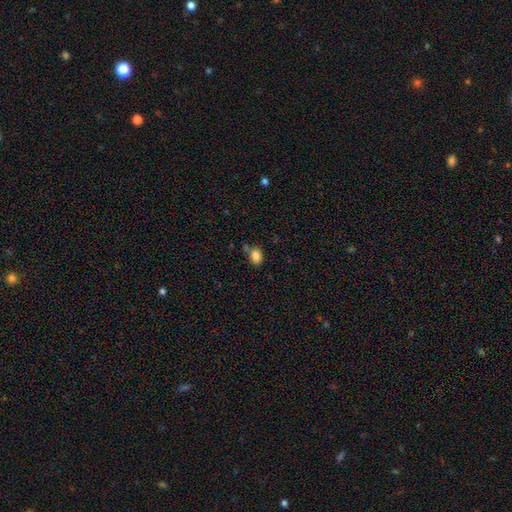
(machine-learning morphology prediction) smooth_or_featured: smooth (p=0.85) [alt: star or artifact p=0.10]
how_rounded: in between (p=0.79) [alt: round p=0.20]
merging: none (p=0.69) [alt: minor disturbance p=0.14]